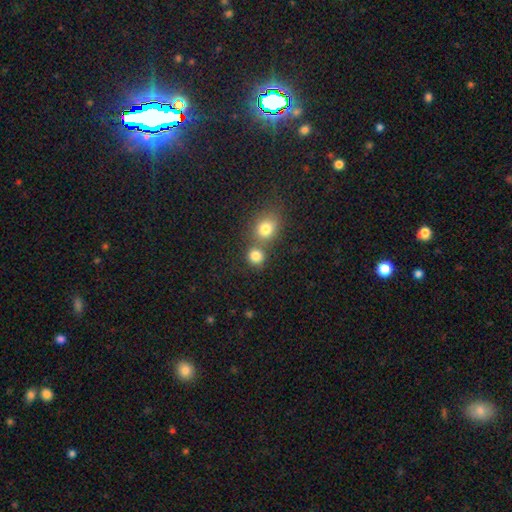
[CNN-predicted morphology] A smooth galaxy with no disk features (82%) that is round (85%).

Vote fractions:
- Smooth or featured? smooth: 82% / star or artifact: 12% / featured or disk: 6%
- How rounded? round: 85% / in between: 14% / cigar-shaped: 1%
- Merging? none: 58% / merger: 32% / minor disturbance: 7% / major disturbance: 3%